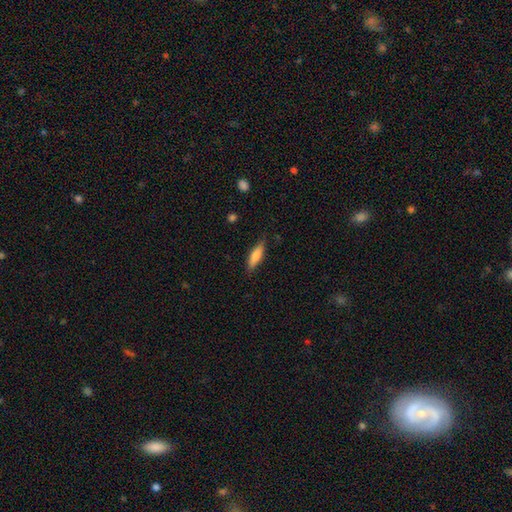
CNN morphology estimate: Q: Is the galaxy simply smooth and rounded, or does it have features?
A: smooth — 72%.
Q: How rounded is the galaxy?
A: cigar-shaped — 59%.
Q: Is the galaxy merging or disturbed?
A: none — 82%.